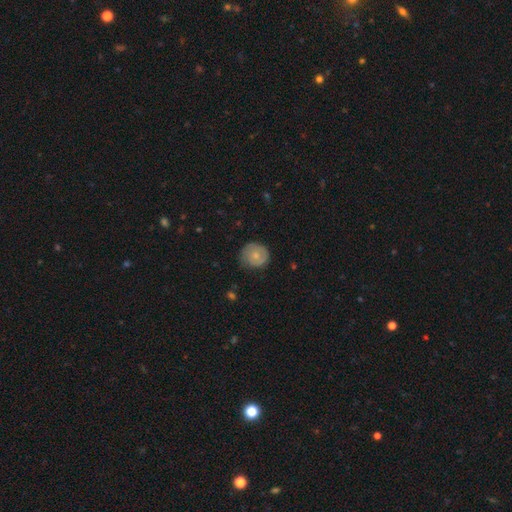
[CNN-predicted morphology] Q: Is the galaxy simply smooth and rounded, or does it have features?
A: smooth — 61%.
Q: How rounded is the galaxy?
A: round — 86%.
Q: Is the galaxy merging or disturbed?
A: none — 71%.